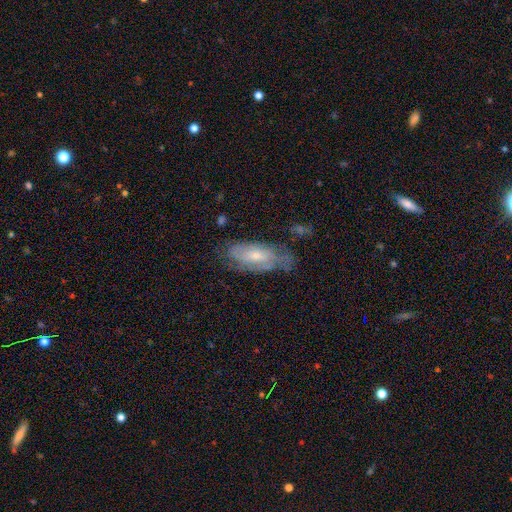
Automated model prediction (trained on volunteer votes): Morphology: type=featured or disk (58%); edge-on=no (88%); bar=no (67%); spiral arms=yes (74%); bulge=small (54%); merging=none (56%).